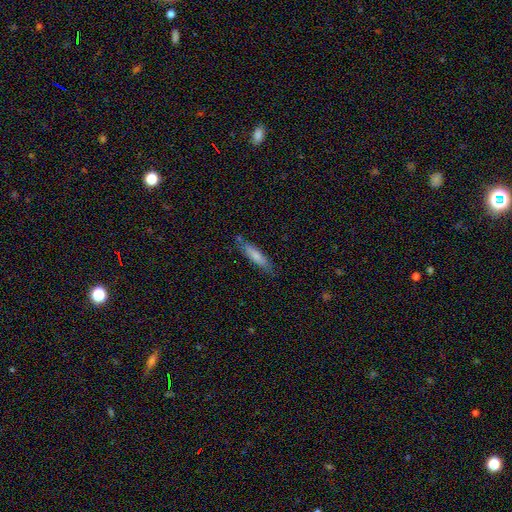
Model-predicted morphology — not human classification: A smooth galaxy with no disk features (77%) that is cigar-shaped (78%).

Vote fractions:
- Smooth or featured? smooth: 77% / featured or disk: 17% / star or artifact: 6%
- How rounded? cigar-shaped: 78% / in between: 21% / round: 1%
- Merging? none: 76% / minor disturbance: 17% / merger: 4% / major disturbance: 3%